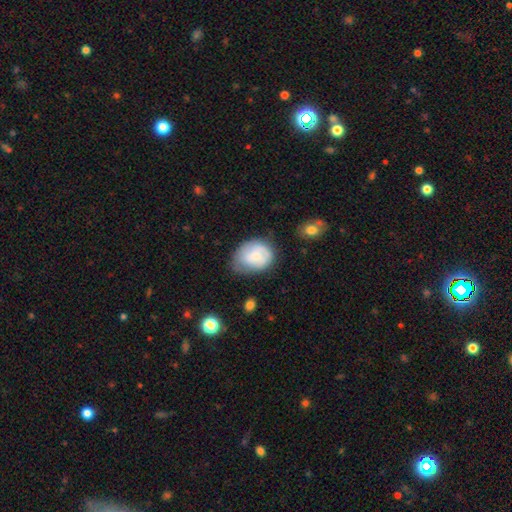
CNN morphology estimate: A smooth galaxy with no disk features (69%) that is in between round and cigar-shaped (59%).

Vote fractions:
- Smooth or featured? smooth: 69% / featured or disk: 25% / star or artifact: 7%
- How rounded? in between: 59% / round: 40% / cigar-shaped: 1%
- Merging? none: 52% / minor disturbance: 34% / major disturbance: 11% / merger: 3%